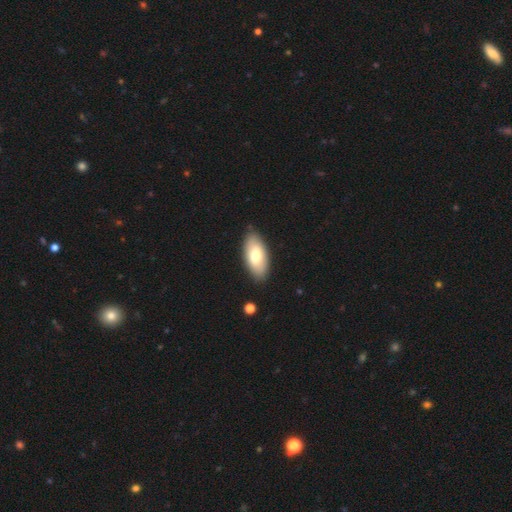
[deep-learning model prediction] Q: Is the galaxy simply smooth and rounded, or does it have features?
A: smooth — 72%.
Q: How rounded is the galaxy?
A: in between — 91%.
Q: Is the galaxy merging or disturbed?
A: none — 86%.